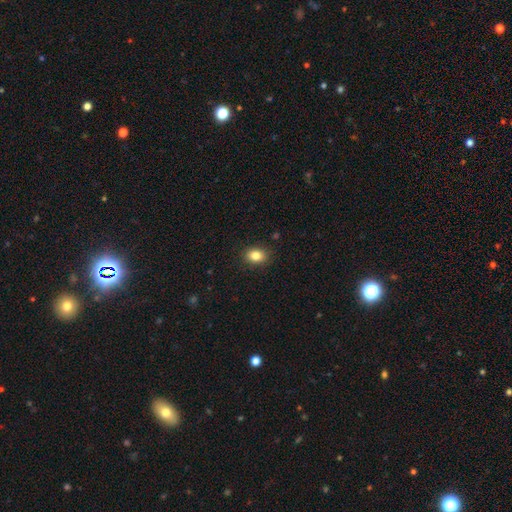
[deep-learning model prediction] Smooth or featured: smooth — 84% (star or artifact — 10%)
How rounded: in between — 63% (round — 36%)
Merging: none — 88% (minor disturbance — 9%)